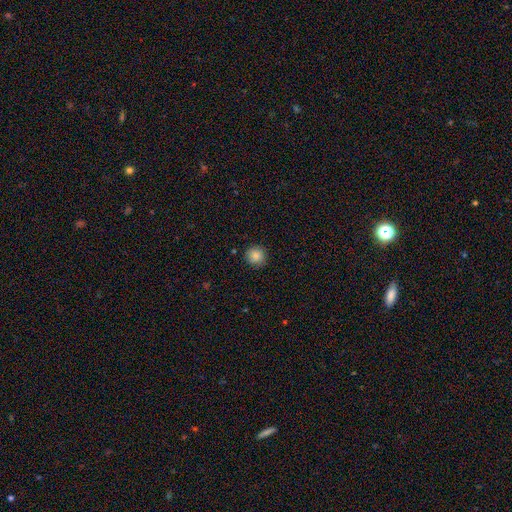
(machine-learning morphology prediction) Smooth or featured? Predicted: smooth (p=0.86). How rounded? Predicted: round (p=0.93). Merging? Predicted: none (p=0.89).